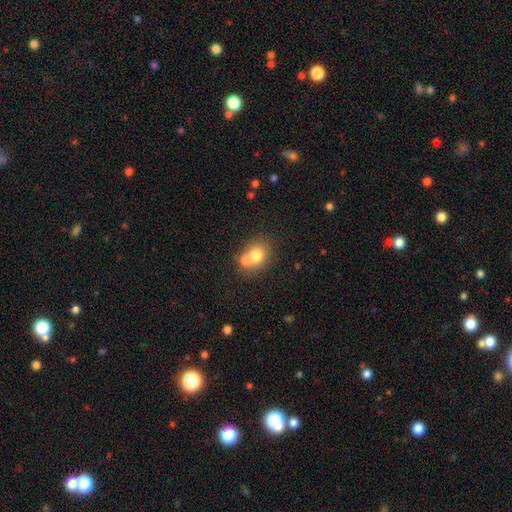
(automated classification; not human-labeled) This appears to be a smooth galaxy with no disk features (73%) that is round (69%). Merging: merger (53%).